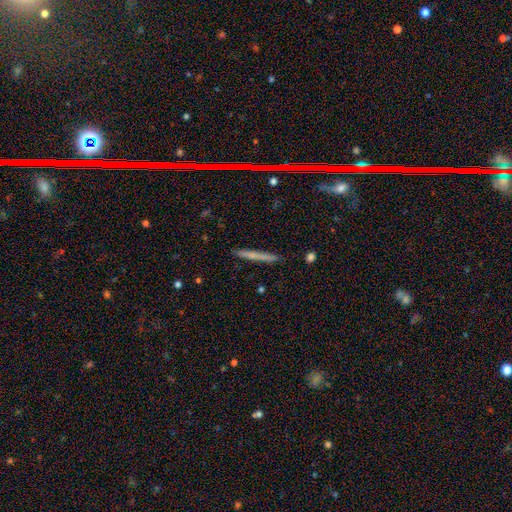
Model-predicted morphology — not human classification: smooth 59%, featured or disk 30%, star or artifact 11%. Down the decision tree: how rounded — cigar-shaped (95%); merging — none (87%).